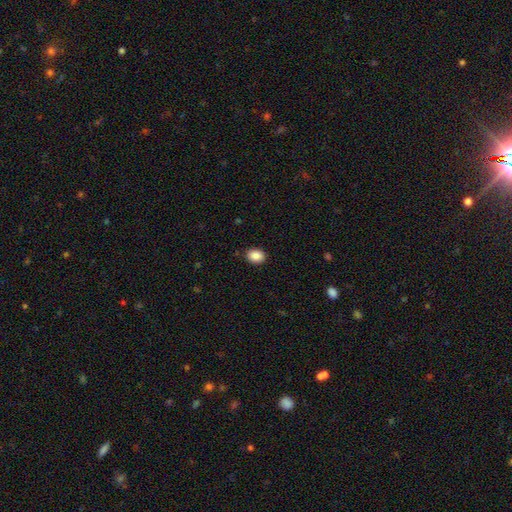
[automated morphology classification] Smooth or featured? Predicted: smooth (p=0.88). How rounded? Predicted: in between (p=0.59). Merging? Predicted: none (p=0.89).